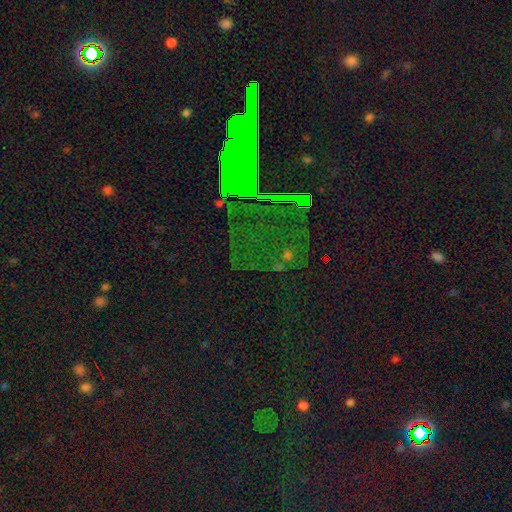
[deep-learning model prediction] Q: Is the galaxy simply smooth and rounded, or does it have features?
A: star or artifact — 71%.